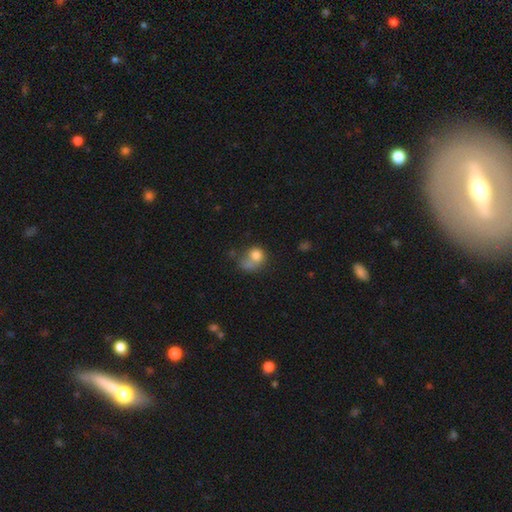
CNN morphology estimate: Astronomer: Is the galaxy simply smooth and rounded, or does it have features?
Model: smooth — 76%.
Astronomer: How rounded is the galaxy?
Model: round — 66%.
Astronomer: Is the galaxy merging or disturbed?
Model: merger — 34% (runner-up: none, 29%).